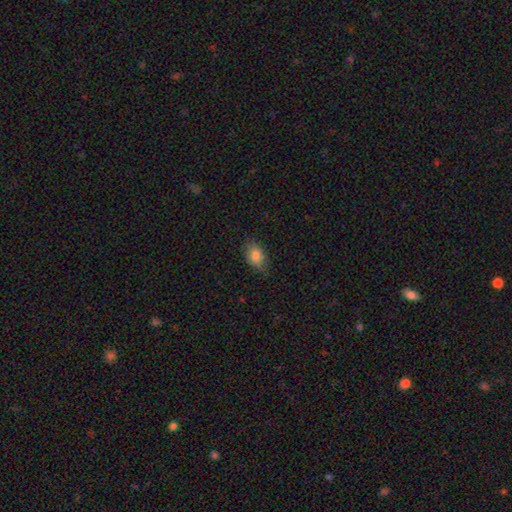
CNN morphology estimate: A smooth galaxy with no disk features (83%) that is in between round and cigar-shaped (85%).

Vote fractions:
- Smooth or featured? smooth: 83% / featured or disk: 9% / star or artifact: 8%
- How rounded? in between: 85% / round: 13% / cigar-shaped: 2%
- Merging? none: 76% / minor disturbance: 19% / major disturbance: 4% / merger: 1%